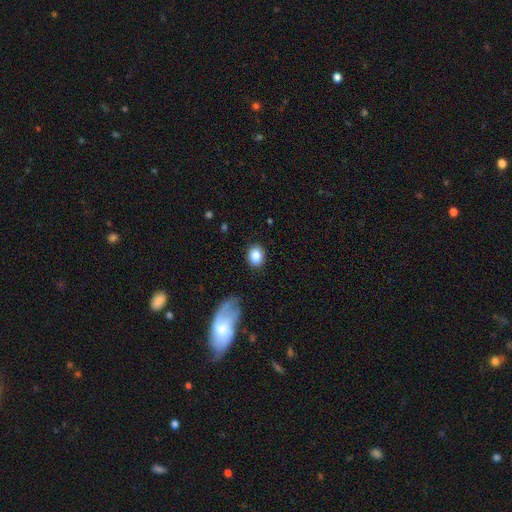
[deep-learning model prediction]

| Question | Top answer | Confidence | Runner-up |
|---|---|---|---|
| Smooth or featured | smooth | 86% | star or artifact (8%) |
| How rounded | in between | 53% | round (46%) |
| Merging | none | 85% | minor disturbance (10%) |